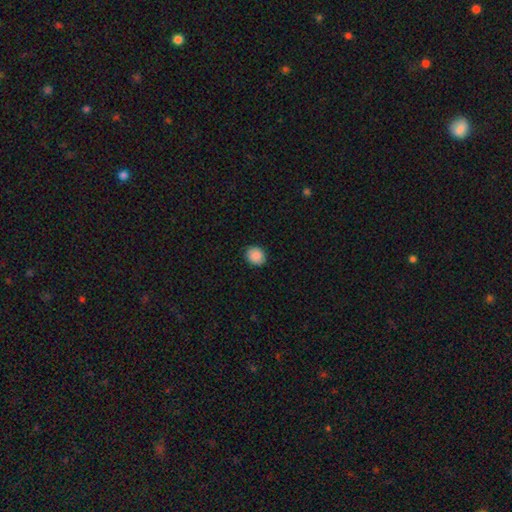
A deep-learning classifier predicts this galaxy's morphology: smooth 89%, star or artifact 8%, featured or disk 3%. Down the decision tree: how rounded — round (67%); merging — none (87%).